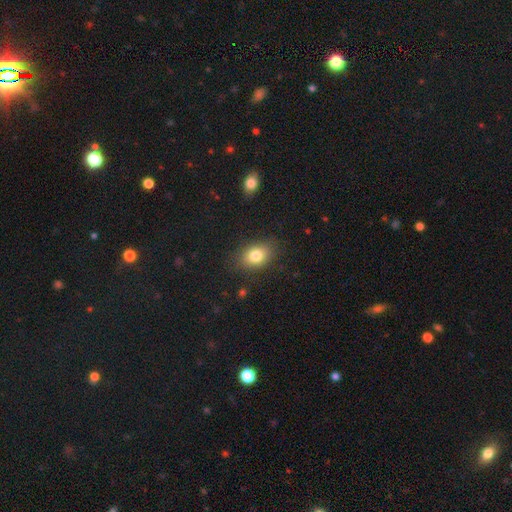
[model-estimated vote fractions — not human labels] Smooth or featured?
  - smooth: 81% *
  - featured or disk: 9%
  - star or artifact: 9%
How rounded?
  - in between: 76% *
  - round: 23%
  - cigar-shaped: 1%
Merging?
  - none: 84% *
  - minor disturbance: 12%
  - major disturbance: 3%
  - merger: 1%